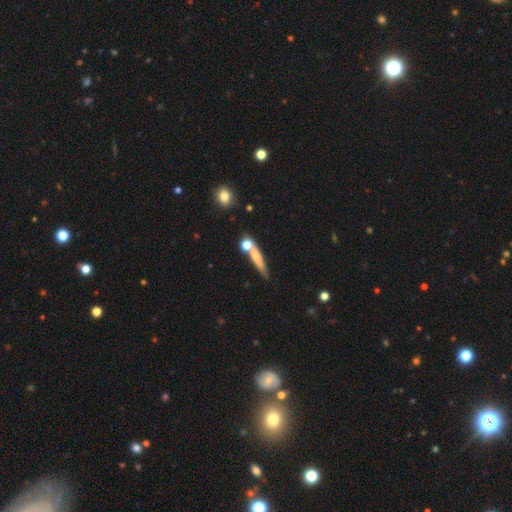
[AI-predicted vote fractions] Smooth or featured?
  - smooth: 60% *
  - featured or disk: 30%
  - star or artifact: 9%
How rounded?
  - cigar-shaped: 81% *
  - in between: 12%
  - round: 7%
Merging?
  - none: 59% *
  - merger: 20%
  - minor disturbance: 15%
  - major disturbance: 6%